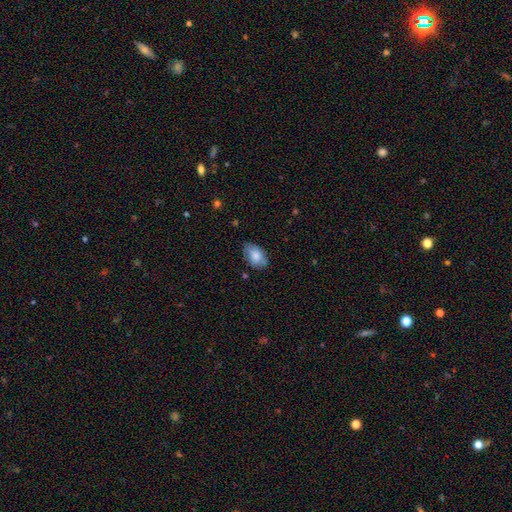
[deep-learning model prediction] Smooth or featured?
  - smooth: 80% *
  - featured or disk: 13%
  - star or artifact: 7%
How rounded?
  - in between: 90% *
  - round: 8%
  - cigar-shaped: 1%
Merging?
  - none: 70% *
  - minor disturbance: 24%
  - major disturbance: 5%
  - merger: 2%